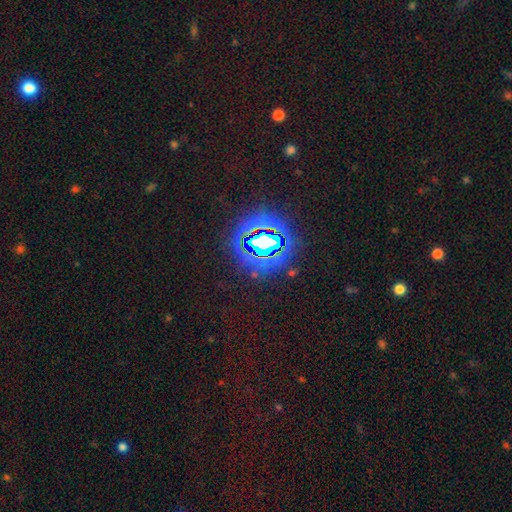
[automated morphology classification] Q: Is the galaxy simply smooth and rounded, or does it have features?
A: star or artifact — 82%.